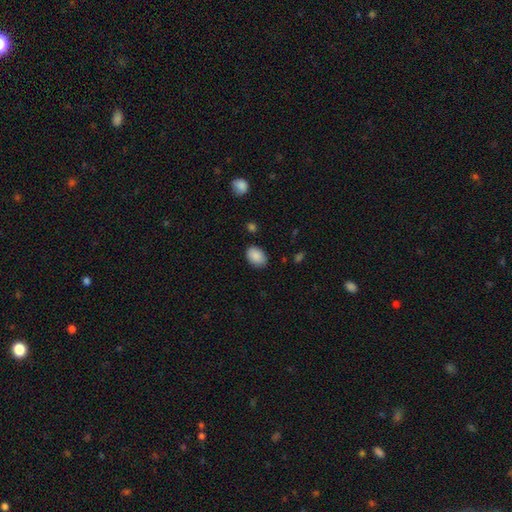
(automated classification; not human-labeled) smooth-or-featured: smooth: 89% | star or artifact: 7% | featured or disk: 4%
  how-rounded: in between: 83% | round: 16% | cigar-shaped: 1%
  merging: none: 84% | minor disturbance: 12% | major disturbance: 3% | merger: 1%